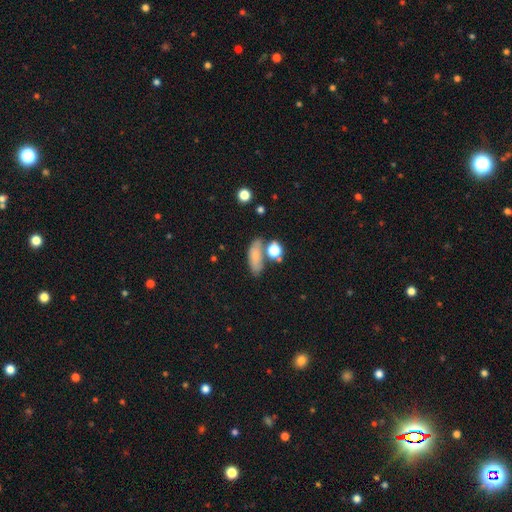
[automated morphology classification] The model was most divided on "how rounded": in between: 66%, cigar-shaped: 24%, round: 10%. More confident: smooth or featured — smooth (76%); merging — none (61%).